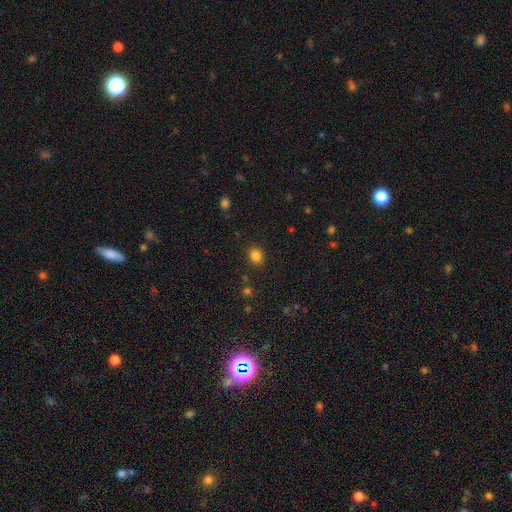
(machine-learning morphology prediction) type=smooth (83%); roundness=round (56%); merging=none (88%).